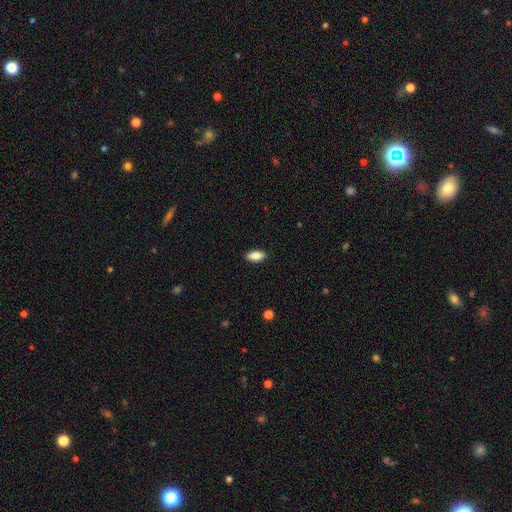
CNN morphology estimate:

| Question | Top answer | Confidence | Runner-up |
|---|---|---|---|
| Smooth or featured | smooth | 83% | featured or disk (10%) |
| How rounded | in between | 88% | cigar-shaped (9%) |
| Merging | none | 89% | minor disturbance (8%) |